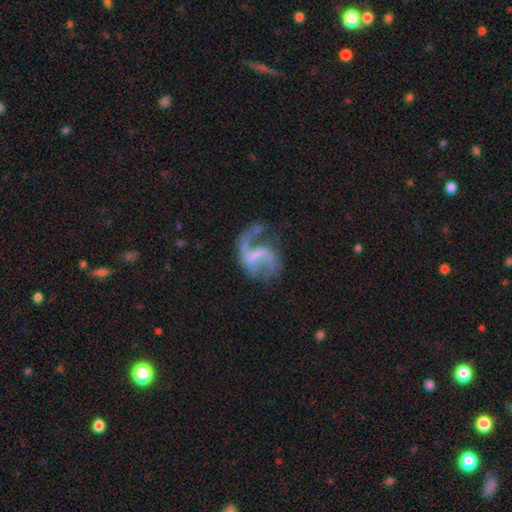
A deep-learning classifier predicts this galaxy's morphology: This appears to be a featured or disk galaxy (88%) with a weak bar (50%), 2 (81%) loose (64%) spiral arms (94%) and no central bulge (54%). Merging: none (52%).